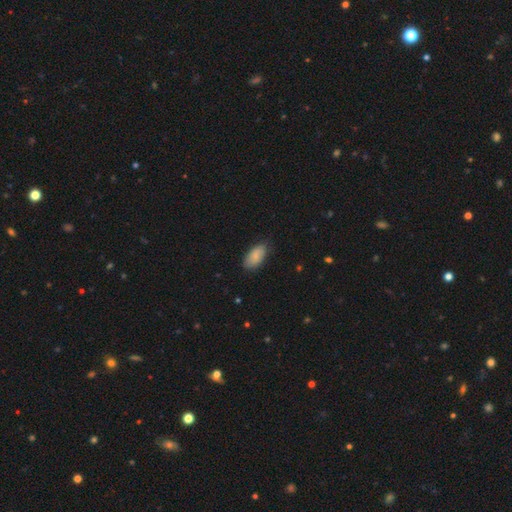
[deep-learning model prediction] Smooth or featured: smooth — 80% (featured or disk — 13%)
How rounded: in between — 94% (cigar-shaped — 3%)
Merging: none — 75% (minor disturbance — 20%)